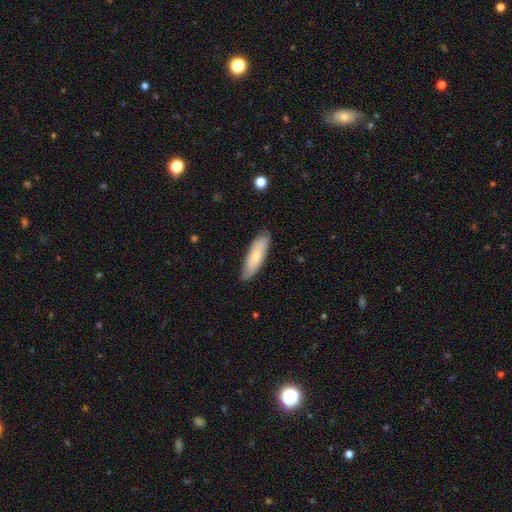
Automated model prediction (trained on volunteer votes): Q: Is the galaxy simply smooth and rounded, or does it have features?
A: smooth — 69%.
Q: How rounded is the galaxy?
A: in between — 50%.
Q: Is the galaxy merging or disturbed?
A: none — 82%.